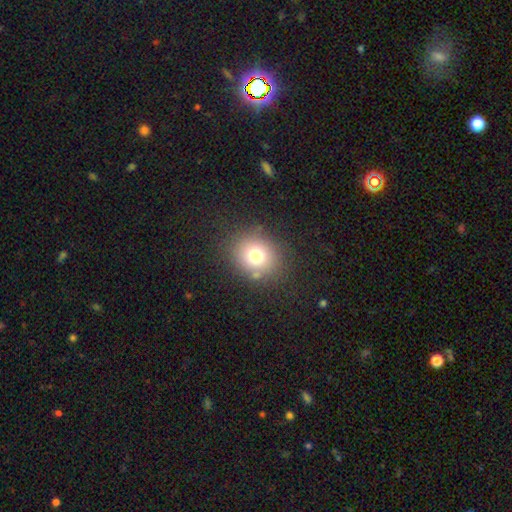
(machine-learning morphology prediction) Smooth or featured: smooth — 73% (star or artifact — 15%)
How rounded: round — 74% (in between — 25%)
Merging: none — 82% (minor disturbance — 10%)